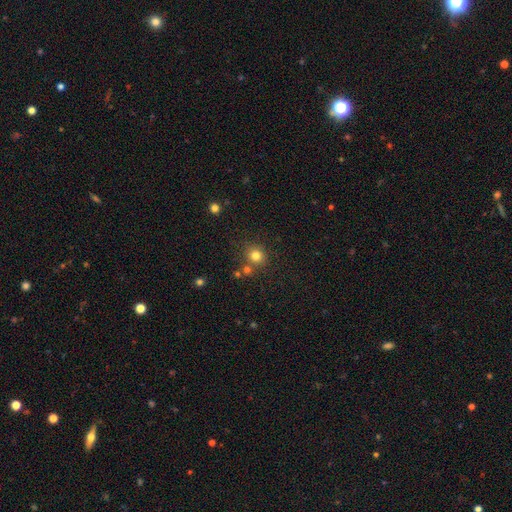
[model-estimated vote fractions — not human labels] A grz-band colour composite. It shows a smooth galaxy with no disk features (79%) that is round (85%). Merging: none (75%).